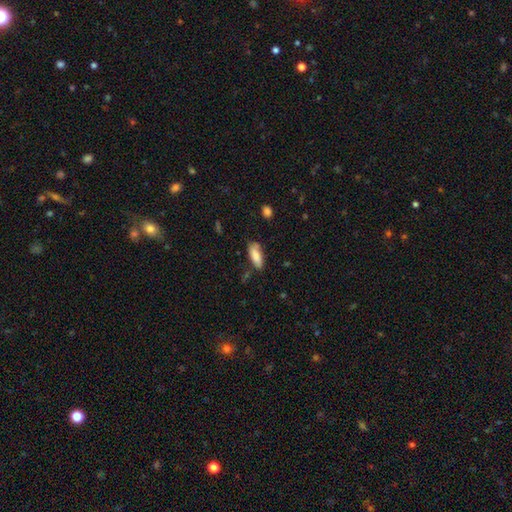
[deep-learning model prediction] Morphology: type=smooth (84%); roundness=in between (70%); merging=none (66%).